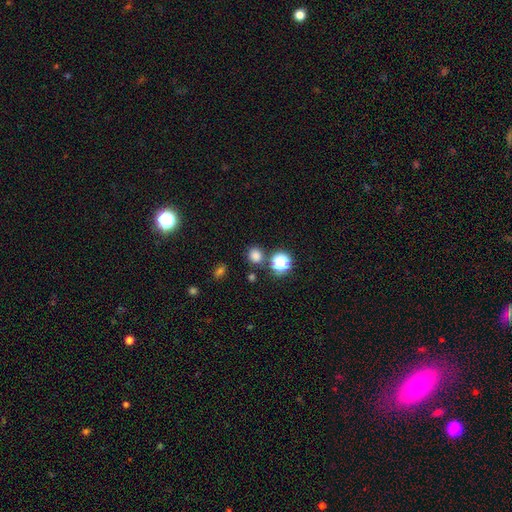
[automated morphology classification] Overall: smooth (75%). How rounded: round (83%). Merging: none (80%).